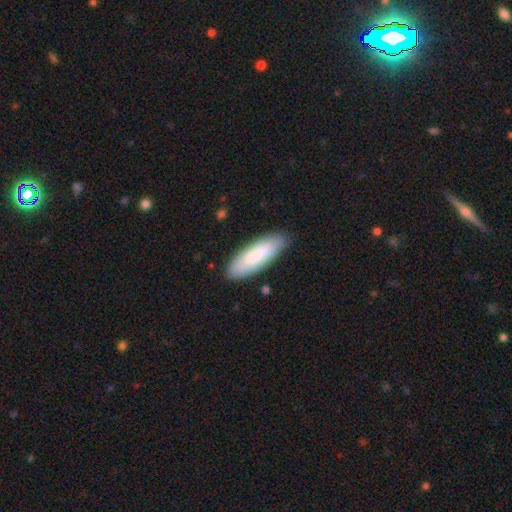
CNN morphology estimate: Smooth or featured? smooth (79%)
How rounded? in between (58%)
Merging? none (83%)